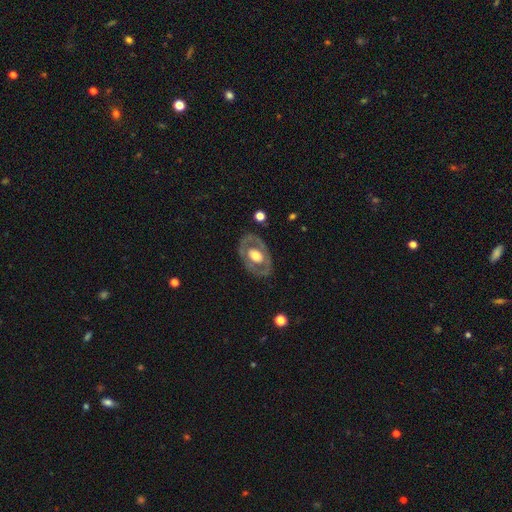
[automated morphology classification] smooth_or_featured: featured or disk (p=0.65) [alt: smooth p=0.30]
disk_edge_on: no (p=0.92) [alt: yes p=0.08]
bar: no (p=0.76) [alt: weak p=0.17]
has_spiral_arms: no (p=0.77) [alt: yes p=0.23]
bulge_size: moderate (p=0.49) [alt: large p=0.41]
merging: none (p=0.77) [alt: minor disturbance p=0.14]